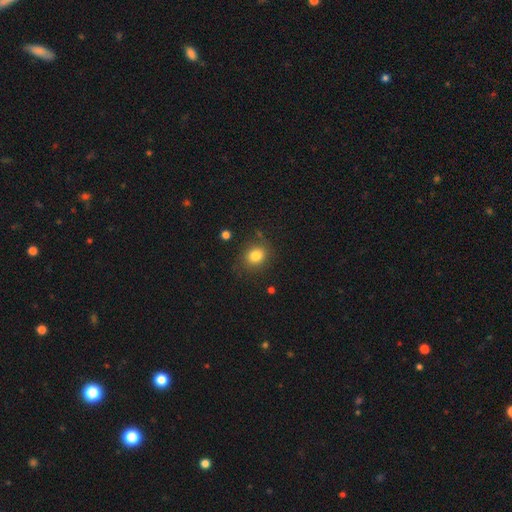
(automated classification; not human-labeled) Q: Smooth or featured?
A: smooth (82%); runner-up: star or artifact (11%)
Q: How rounded?
A: round (70%); runner-up: in between (30%)
Q: Merging?
A: none (81%); runner-up: minor disturbance (13%)